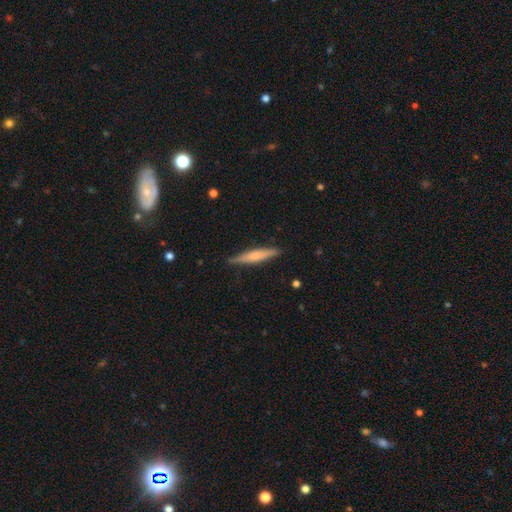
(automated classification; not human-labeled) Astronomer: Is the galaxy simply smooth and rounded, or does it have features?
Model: smooth — 50% (runner-up: featured or disk, 44%).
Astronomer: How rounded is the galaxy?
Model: cigar-shaped — 92%.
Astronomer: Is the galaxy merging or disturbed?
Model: none — 88%.